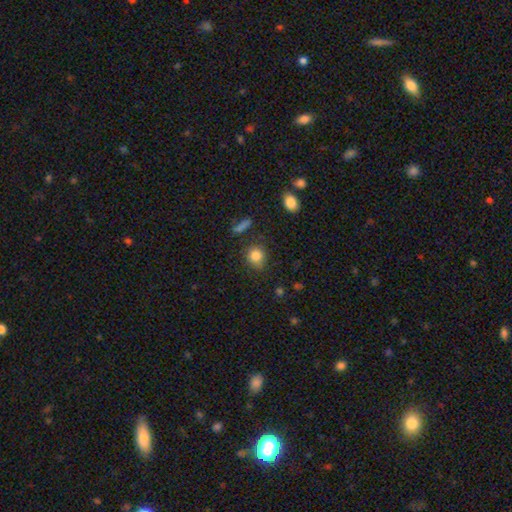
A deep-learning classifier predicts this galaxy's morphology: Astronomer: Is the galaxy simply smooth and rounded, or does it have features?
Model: smooth — 83%.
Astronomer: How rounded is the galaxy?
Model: round — 78%.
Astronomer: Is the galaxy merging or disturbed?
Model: none — 79%.